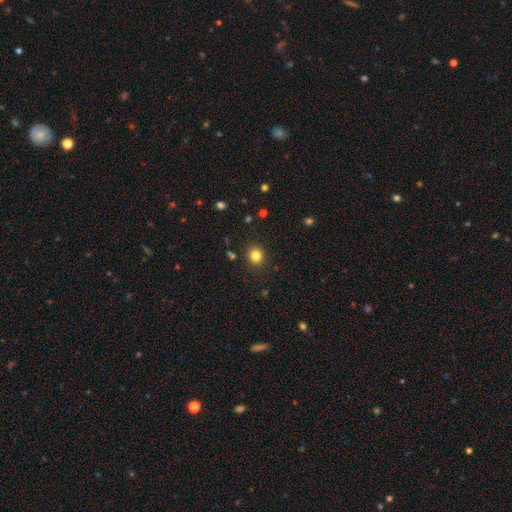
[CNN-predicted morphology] Smooth or featured? smooth (82%)
How rounded? round (82%)
Merging? none (89%)